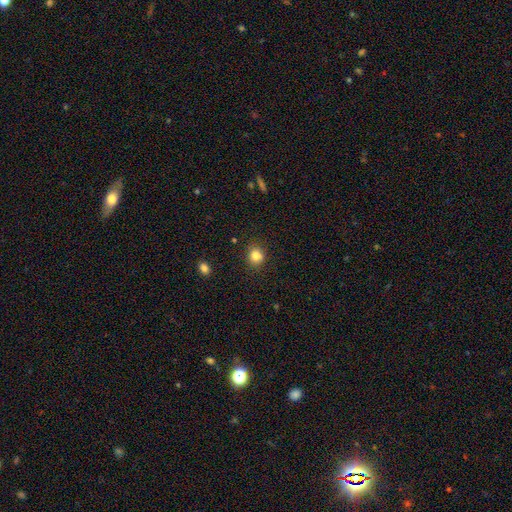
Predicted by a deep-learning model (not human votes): The model was most divided on "how rounded": round: 82%, in between: 17%, cigar-shaped: 1%. More confident: merging — none (87%); smooth or featured — smooth (83%).